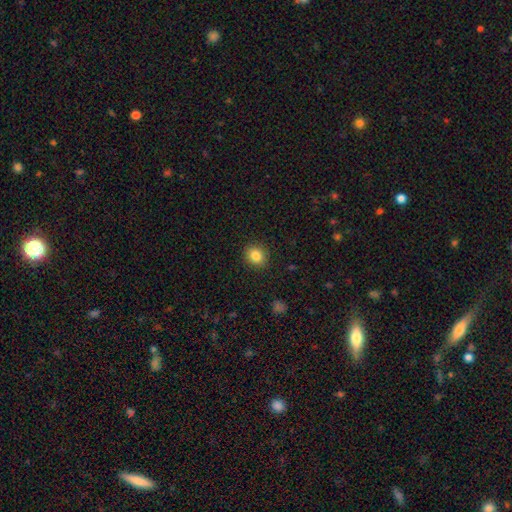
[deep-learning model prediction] Smooth or featured: smooth — 84% (star or artifact — 10%)
How rounded: round — 72% (in between — 27%)
Merging: none — 90% (minor disturbance — 7%)